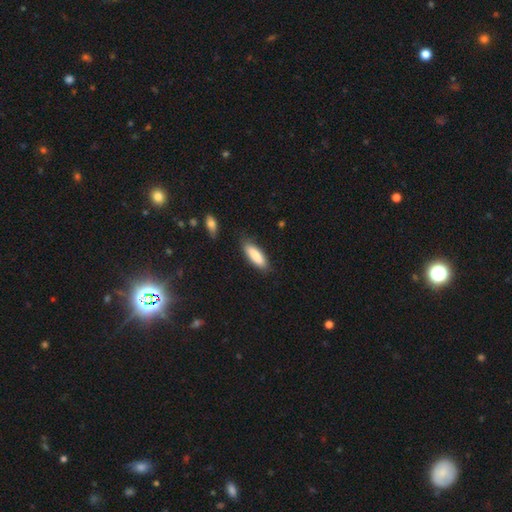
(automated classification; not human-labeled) Smooth or featured? Predicted: smooth (p=0.85). How rounded? Predicted: in between (p=0.58). Merging? Predicted: none (p=0.82).